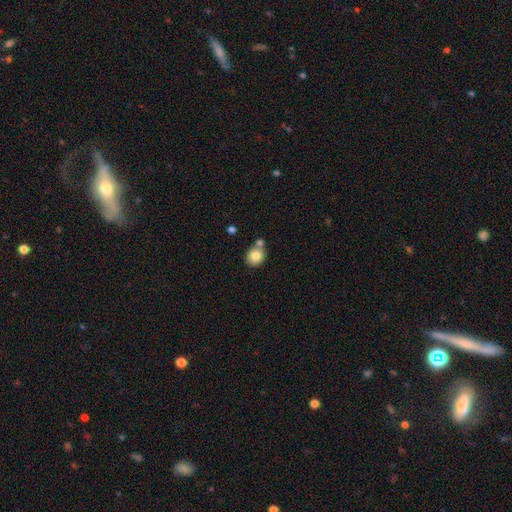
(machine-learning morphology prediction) smooth 81%, featured or disk 9%, star or artifact 9%. Down the decision tree: how rounded — round (79%); merging — none (61%).